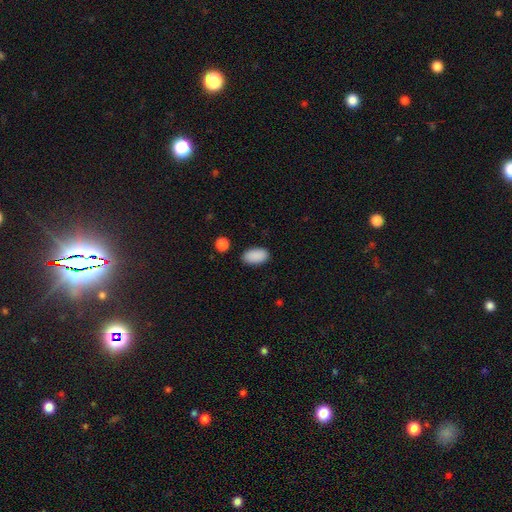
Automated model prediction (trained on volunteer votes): Smooth or featured? Predicted: smooth (p=0.90). How rounded? Predicted: in between (p=0.94). Merging? Predicted: none (p=0.86).